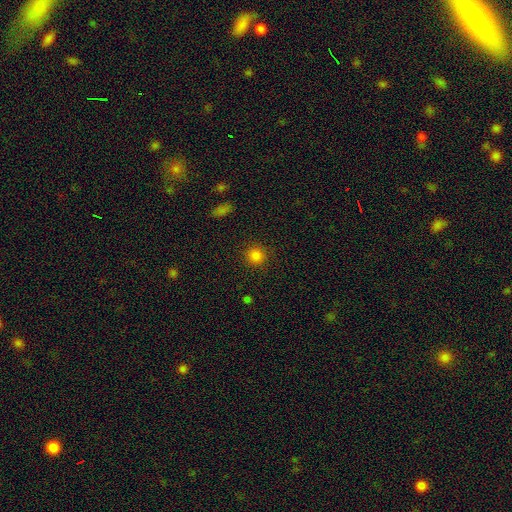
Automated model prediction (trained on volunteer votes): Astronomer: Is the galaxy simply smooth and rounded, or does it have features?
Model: smooth — 83%.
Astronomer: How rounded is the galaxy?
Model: round — 93%.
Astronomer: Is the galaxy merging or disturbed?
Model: none — 91%.